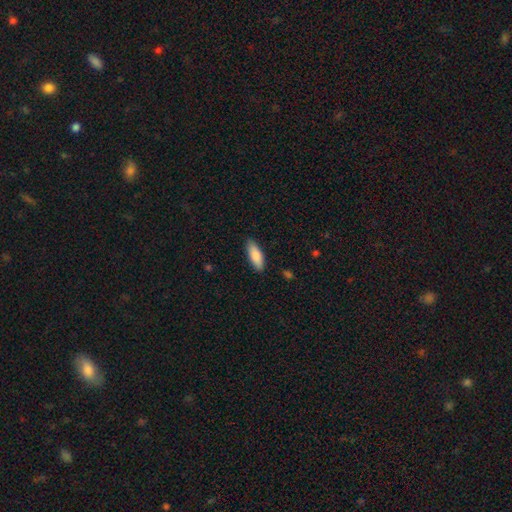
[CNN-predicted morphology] A smooth galaxy with no disk features (85%) that is in between round and cigar-shaped (65%).

Vote fractions:
- Smooth or featured? smooth: 85% / featured or disk: 10% / star or artifact: 6%
- How rounded? in between: 65% / cigar-shaped: 33% / round: 2%
- Merging? none: 88% / minor disturbance: 9% / major disturbance: 2% / merger: 1%